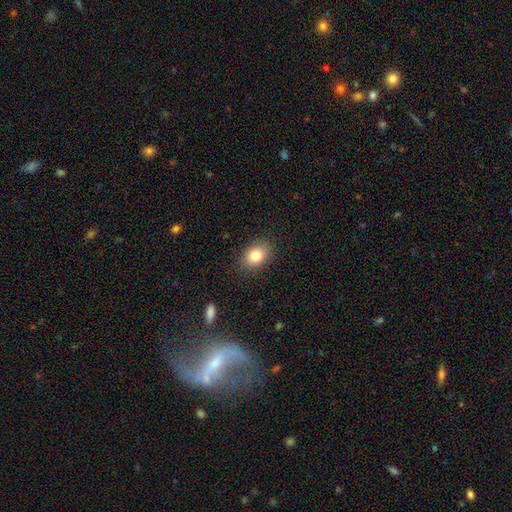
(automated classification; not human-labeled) Q: Smooth or featured?
A: smooth (82%); runner-up: star or artifact (9%)
Q: How rounded?
A: in between (73%); runner-up: round (26%)
Q: Merging?
A: none (86%); runner-up: minor disturbance (10%)